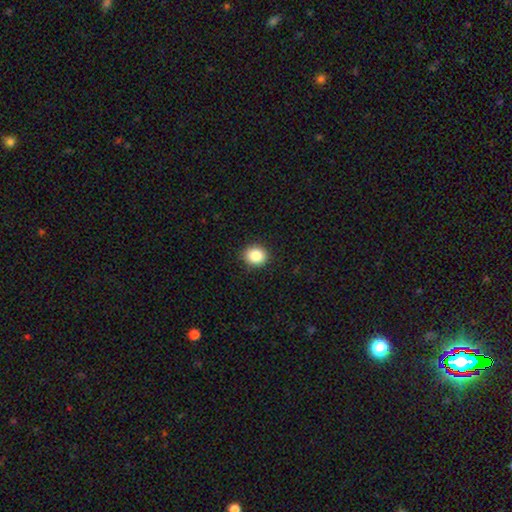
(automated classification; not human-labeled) smooth_or_featured: smooth (p=0.86) [alt: star or artifact p=0.10]
how_rounded: round (p=0.74) [alt: in between p=0.25]
merging: none (p=0.90) [alt: minor disturbance p=0.07]